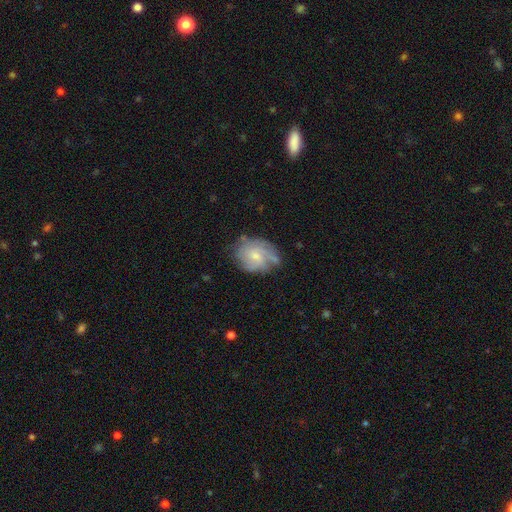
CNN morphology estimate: This appears to be a featured or disk galaxy (53%) with no bar (65%), spiral arms (75%) and a small central bulge (54%). Merging: none (52%).